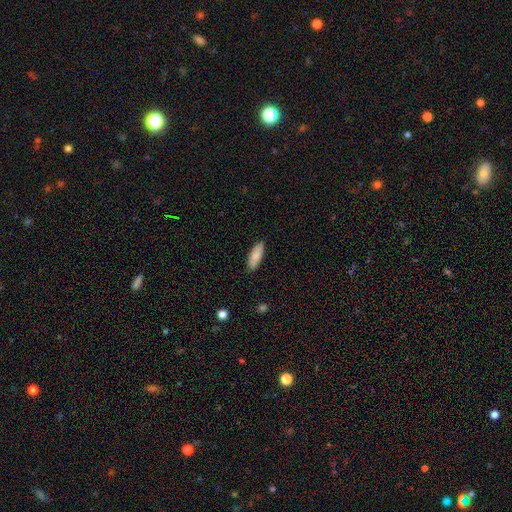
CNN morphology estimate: Overall: smooth (86%). How rounded: in between (65%; cigar-shaped 33%). Merging: none (88%).